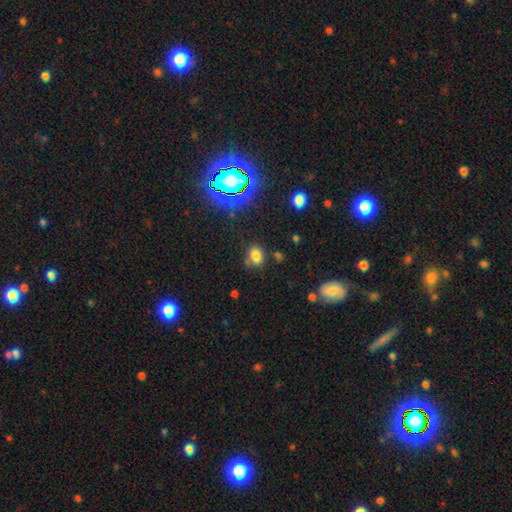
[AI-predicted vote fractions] Smooth or featured: smooth — 75% (star or artifact — 17%)
How rounded: in between — 61% (round — 38%)
Merging: none — 73% (minor disturbance — 15%)